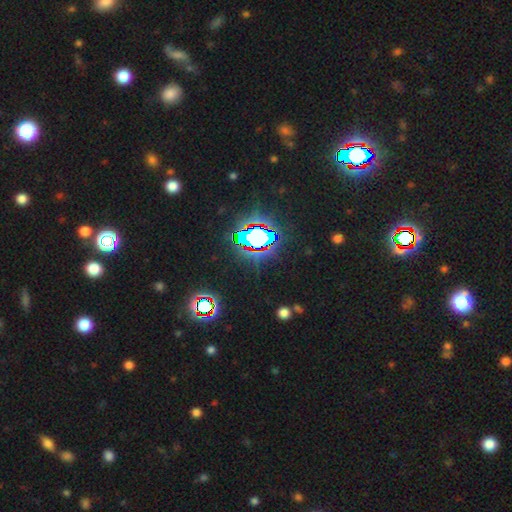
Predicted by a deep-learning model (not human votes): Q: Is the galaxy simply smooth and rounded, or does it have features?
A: star or artifact — 80%.